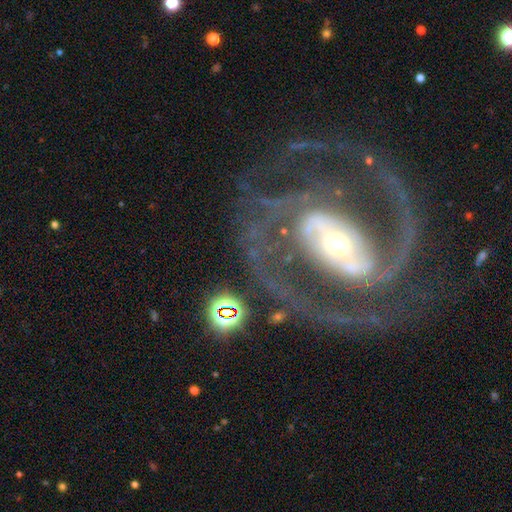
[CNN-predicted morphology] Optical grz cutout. It shows a featured or disk galaxy (91%) with a strong bar (52%), 2 (81%) medium (51%) spiral arms (96%) and a moderate central bulge (44%). Merging: none (69%).